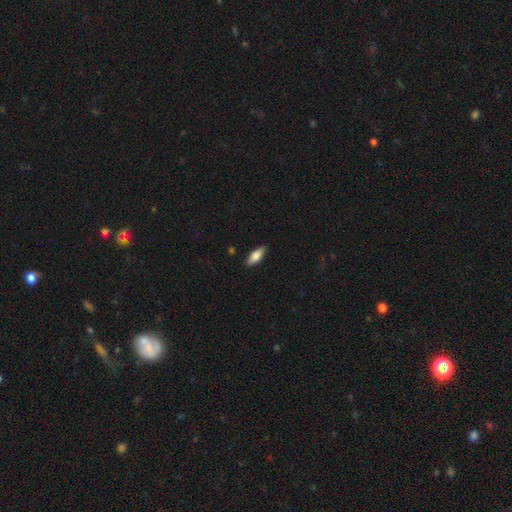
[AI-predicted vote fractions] This appears to be a smooth galaxy with no disk features (78%) that is in between round and cigar-shaped (75%). Merging: none (87%).